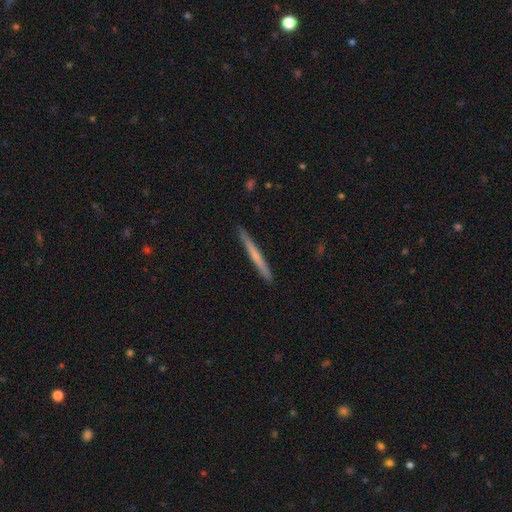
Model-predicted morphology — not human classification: Smooth or featured: smooth — 55% (featured or disk — 39%)
How rounded: cigar-shaped — 97% (in between — 2%)
Merging: none — 91% (minor disturbance — 6%)